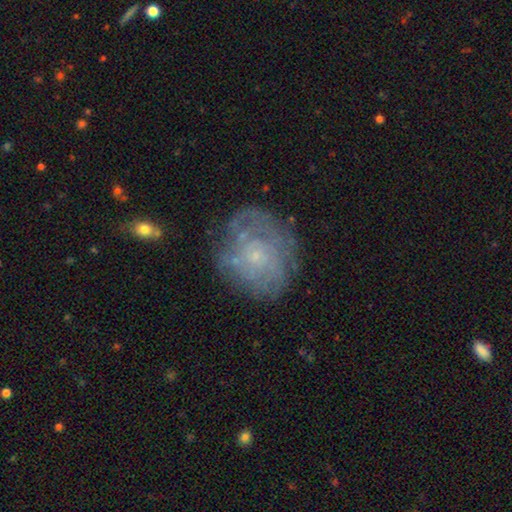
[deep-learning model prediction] Smooth or featured?
  - featured or disk: 63% *
  - smooth: 27%
  - star or artifact: 10%
Edge-on disk?
  - no: 97% *
  - yes: 3%
Bar?
  - no: 84% *
  - weak: 13%
  - strong: 2%
Spiral arms?
  - yes: 66% *
  - no: 34%
Bulge size?
  - small: 81% *
  - moderate: 12%
  - none: 5%
  - large: 1%
  - dominant: 1%
Merging?
  - none: 65% *
  - minor disturbance: 20%
  - major disturbance: 11%
  - merger: 4%